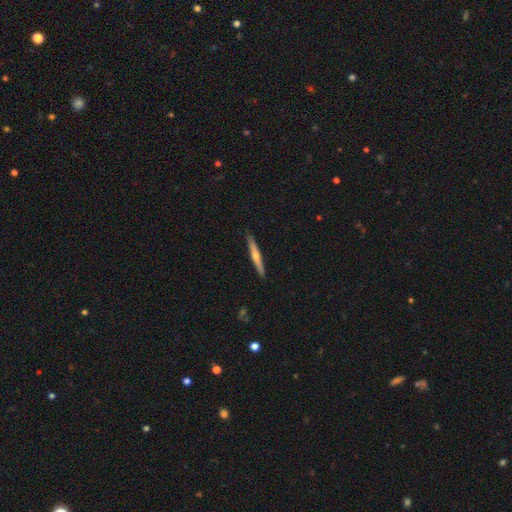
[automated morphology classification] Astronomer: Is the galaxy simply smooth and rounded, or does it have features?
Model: featured or disk — 60%.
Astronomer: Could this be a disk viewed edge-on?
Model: yes — 97%.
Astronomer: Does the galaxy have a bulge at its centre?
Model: rounded — 78%.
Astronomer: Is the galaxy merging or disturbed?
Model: none — 91%.